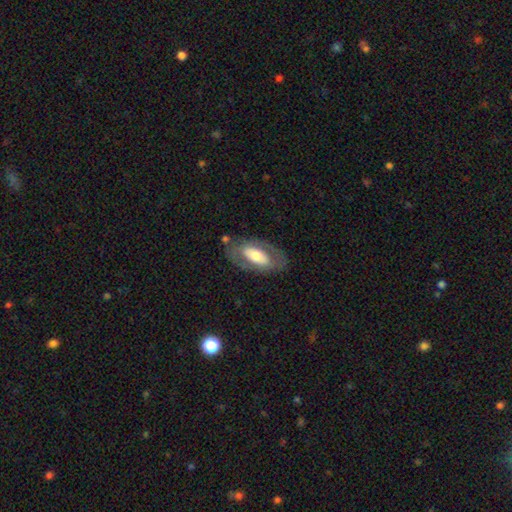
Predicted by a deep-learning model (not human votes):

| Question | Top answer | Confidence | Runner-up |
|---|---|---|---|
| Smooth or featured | featured or disk | 52% | smooth (43%) |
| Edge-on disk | no | 87% | yes (13%) |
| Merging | none | 74% | minor disturbance (15%) |